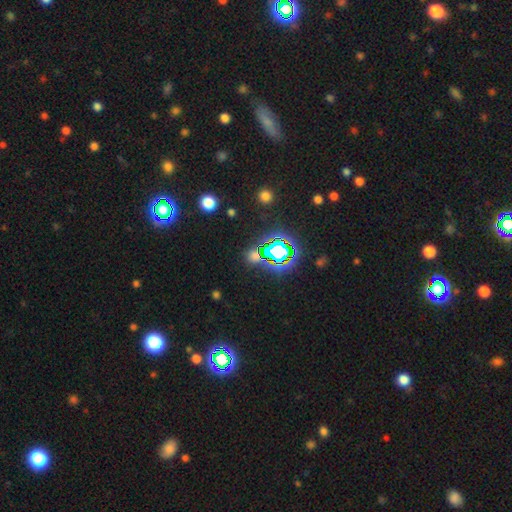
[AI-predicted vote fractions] Smooth or featured? star or artifact (65%)